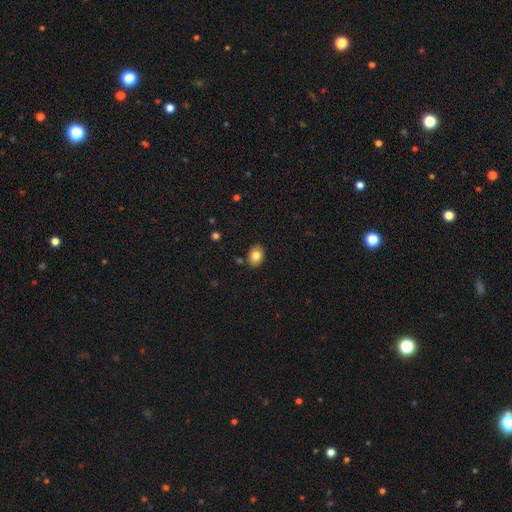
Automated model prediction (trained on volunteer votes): This appears to be a smooth galaxy with no disk features (81%) that is in between round and cigar-shaped (66%). Merging: none (85%).